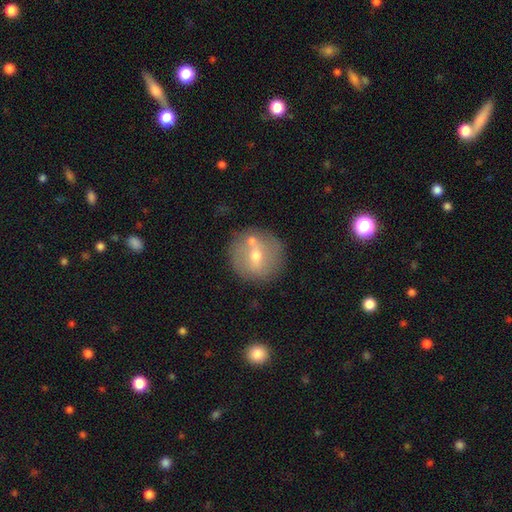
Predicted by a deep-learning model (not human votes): This is possibly a smooth galaxy (52%). How rounded: clearly round (92%). Merging: likely none (73%).